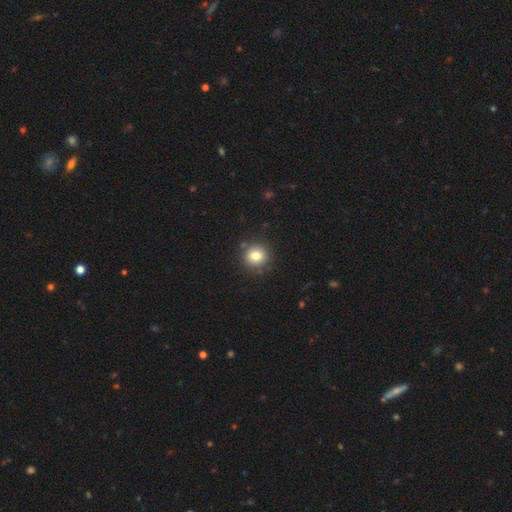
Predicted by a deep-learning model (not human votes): Overall: smooth (81%). How rounded: round (88%). Merging: none (86%).